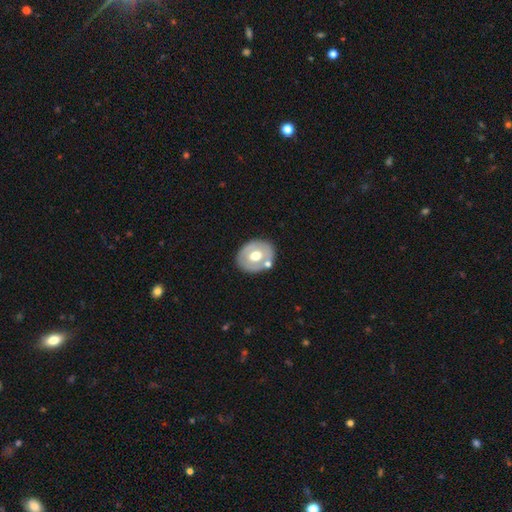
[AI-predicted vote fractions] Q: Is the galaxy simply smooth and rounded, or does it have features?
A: smooth — 51%.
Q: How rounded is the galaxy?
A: round — 51%.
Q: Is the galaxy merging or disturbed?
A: none — 72%.